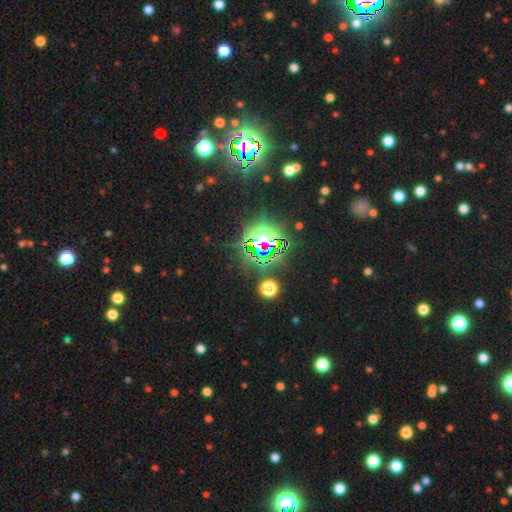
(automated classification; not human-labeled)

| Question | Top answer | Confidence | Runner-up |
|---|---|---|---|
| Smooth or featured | star or artifact | 81% | smooth (11%) |